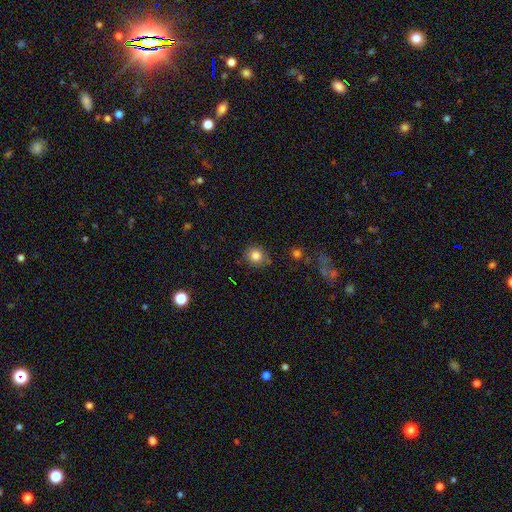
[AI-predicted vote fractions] smooth_or_featured: smooth (p=0.83) [alt: star or artifact p=0.11]
how_rounded: round (p=0.84) [alt: in between p=0.15]
merging: none (p=0.81) [alt: minor disturbance p=0.13]